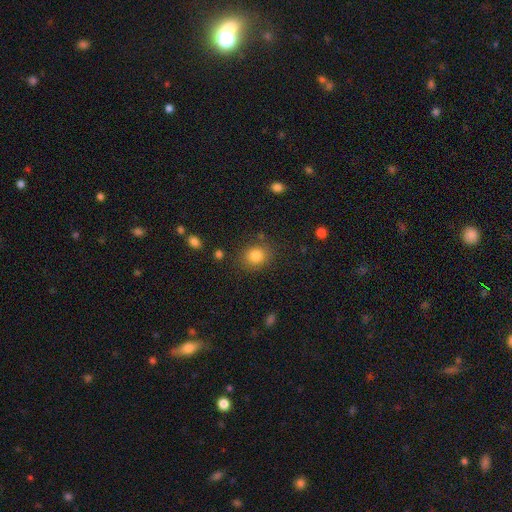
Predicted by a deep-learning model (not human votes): Overall: smooth (83%). How rounded: round (70%). Merging: none (82%).